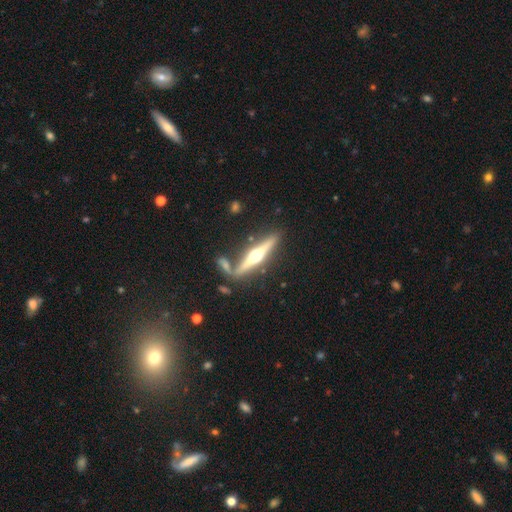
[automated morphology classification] smooth_or_featured: featured or disk (p=0.78) [alt: smooth p=0.16]
disk_edge_on: yes (p=0.97) [alt: no p=0.03]
edge_on_bulge: rounded (p=0.96) [alt: boxy p=0.02]
merging: none (p=0.74) [alt: merger p=0.12]